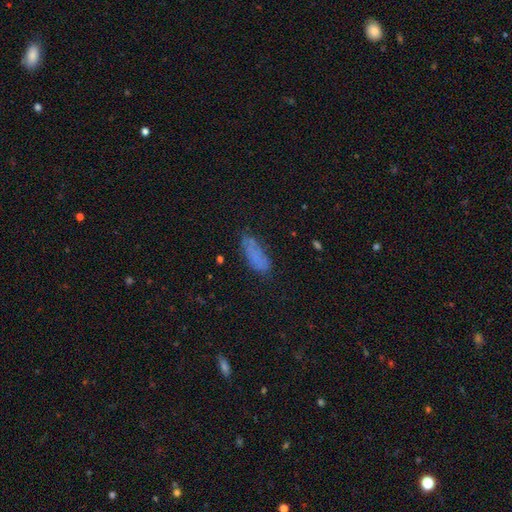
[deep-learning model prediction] Morphology: type=smooth (70%); roundness=in between (71%); merging=none (64%).